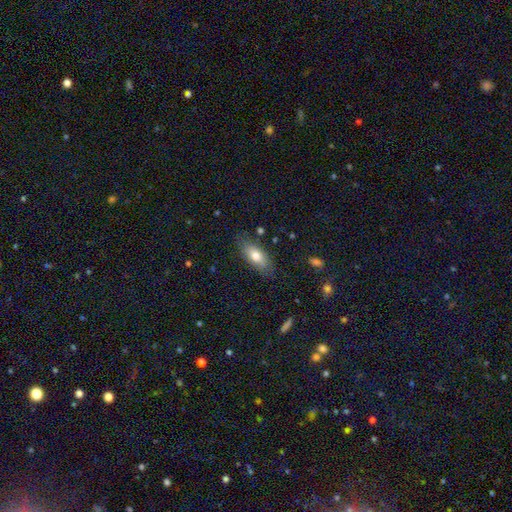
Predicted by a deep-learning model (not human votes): Morphology: type=smooth (74%); roundness=in between (80%); merging=none (81%).